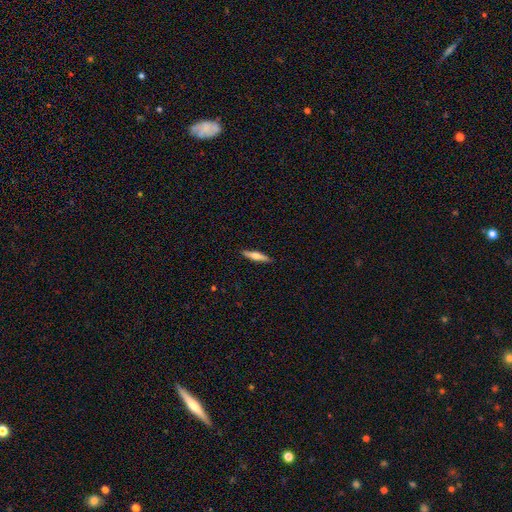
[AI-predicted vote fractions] smooth_or_featured: smooth (p=0.55) [alt: featured or disk p=0.40]
how_rounded: cigar-shaped (p=0.82) [alt: in between p=0.16]
merging: none (p=0.90) [alt: minor disturbance p=0.07]